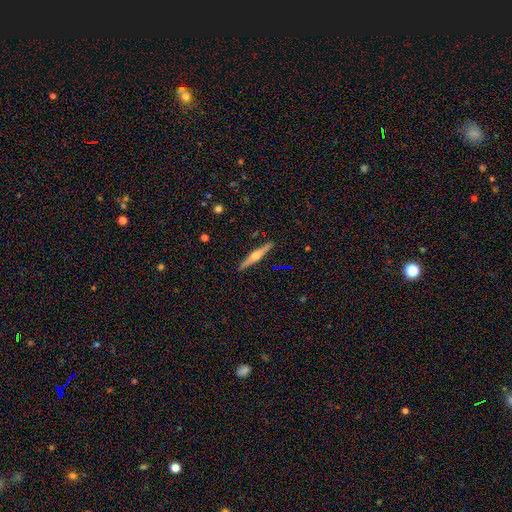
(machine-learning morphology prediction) featured or disk 66%, smooth 28%, star or artifact 6%. Down the decision tree: edge-on disk — yes (98%); edge-on bulge — rounded (81%); merging — none (91%).